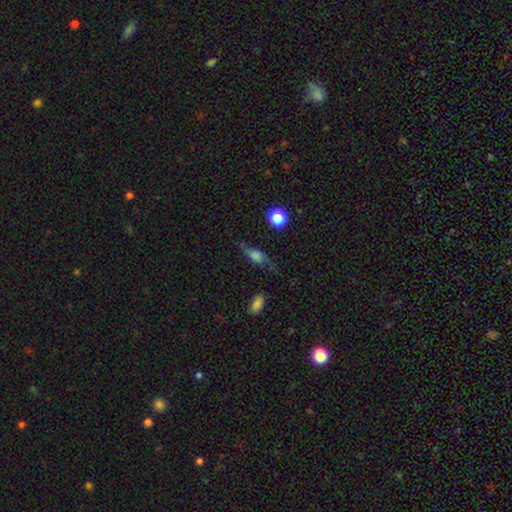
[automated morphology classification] Q: Smooth or featured?
A: smooth (54%); runner-up: featured or disk (34%)
Q: How rounded?
A: in between (60%); runner-up: cigar-shaped (27%)
Q: Merging?
A: none (55%); runner-up: minor disturbance (28%)